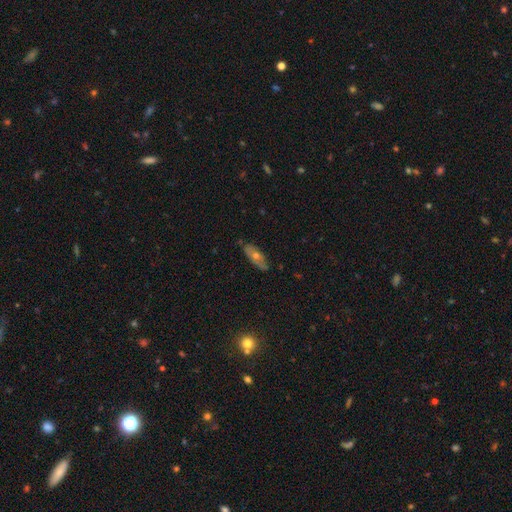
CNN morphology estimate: smooth_or_featured: featured or disk (p=0.51) [alt: smooth p=0.40]
disk_edge_on: no (p=0.63) [alt: yes p=0.37]
merging: none (p=0.81) [alt: minor disturbance p=0.15]